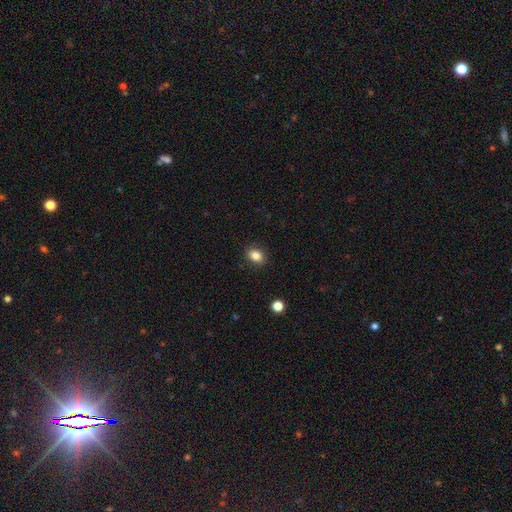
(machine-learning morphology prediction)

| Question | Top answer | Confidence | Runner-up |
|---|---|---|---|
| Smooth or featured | smooth | 85% | star or artifact (10%) |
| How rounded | in between | 66% | round (33%) |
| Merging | none | 89% | minor disturbance (8%) |